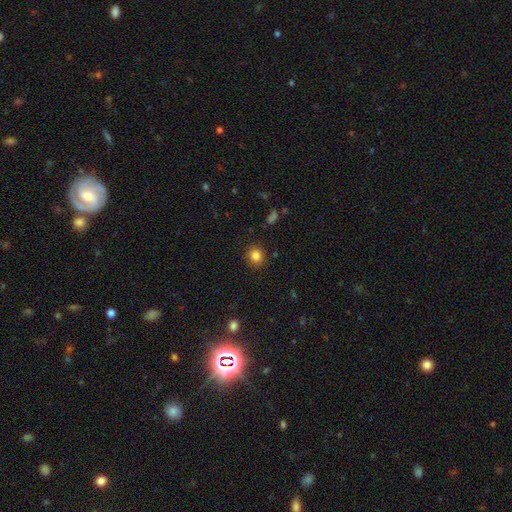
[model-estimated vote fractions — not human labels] Smooth or featured? Predicted: smooth (p=0.83). How rounded? Predicted: round (p=0.84). Merging? Predicted: none (p=0.89).